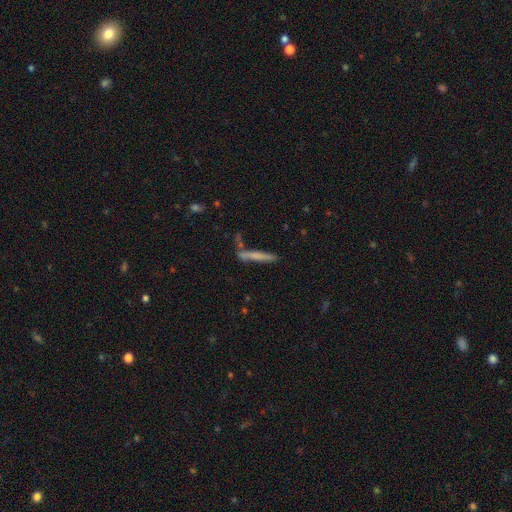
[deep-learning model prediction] Q: Smooth or featured?
A: smooth (60%); runner-up: featured or disk (31%)
Q: How rounded?
A: cigar-shaped (94%); runner-up: in between (4%)
Q: Merging?
A: none (69%); runner-up: minor disturbance (15%)